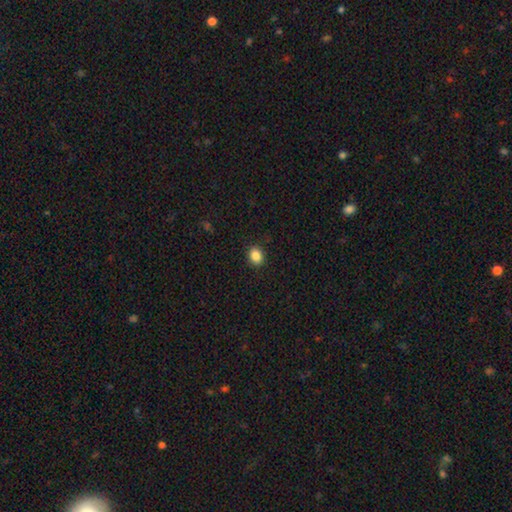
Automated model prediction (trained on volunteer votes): A smooth galaxy with no disk features (87%) that is in between round and cigar-shaped (52%). Merging: none (90%).